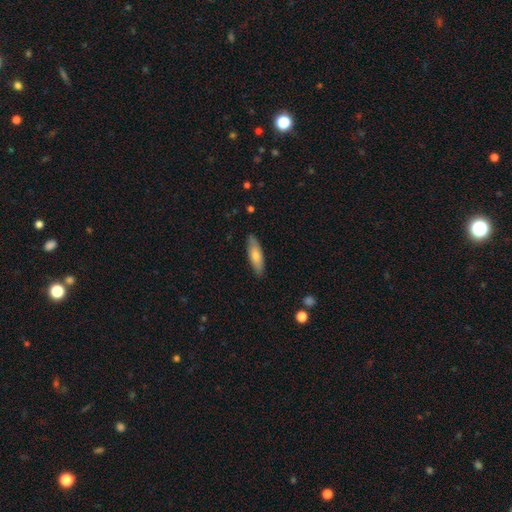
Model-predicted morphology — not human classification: smooth 72%, featured or disk 23%, star or artifact 6%. Down the decision tree: how rounded — in between (51%); merging — none (85%).